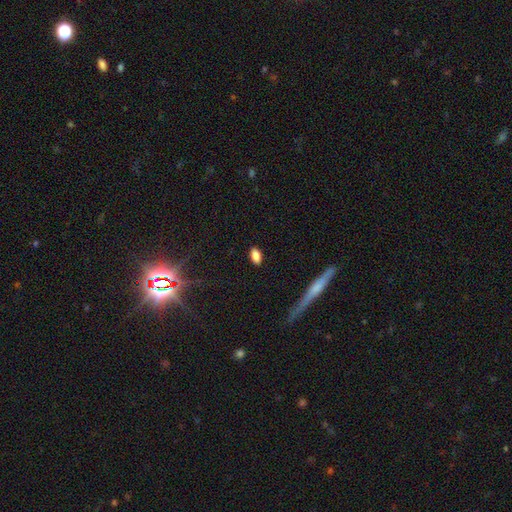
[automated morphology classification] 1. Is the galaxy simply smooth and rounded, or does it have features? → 84% smooth, 9% star or artifact, 7% featured or disk.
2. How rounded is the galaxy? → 90% in between, 6% cigar-shaped, 5% round.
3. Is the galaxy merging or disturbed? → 87% none, 9% minor disturbance, 2% major disturbance, 1% merger.